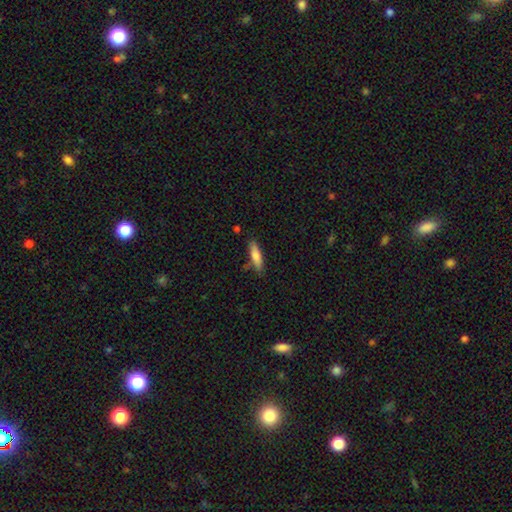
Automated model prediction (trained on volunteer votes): A smooth galaxy with no disk features (75%) that is cigar-shaped (70%).

Vote fractions:
- Smooth or featured? smooth: 75% / featured or disk: 19% / star or artifact: 6%
- How rounded? cigar-shaped: 70% / in between: 28% / round: 2%
- Merging? none: 79% / minor disturbance: 14% / merger: 4% / major disturbance: 3%